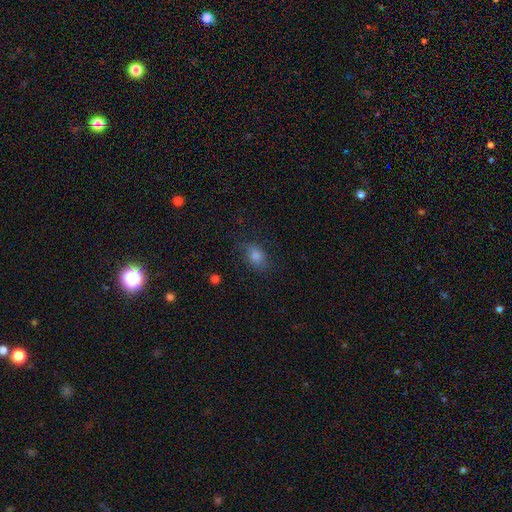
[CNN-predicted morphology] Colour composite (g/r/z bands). It shows a smooth galaxy with no disk features (75%) that is in between round and cigar-shaped (69%). Merging: none (75%).